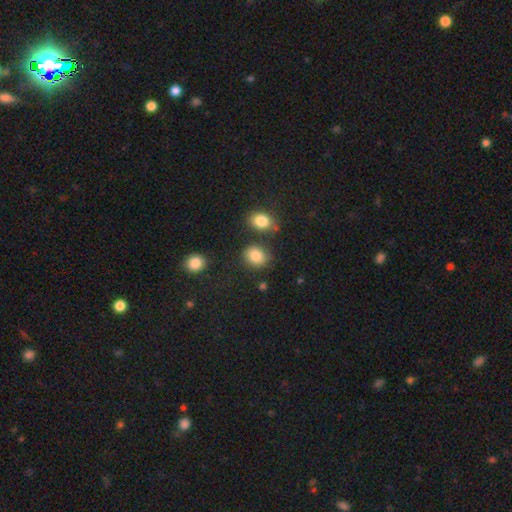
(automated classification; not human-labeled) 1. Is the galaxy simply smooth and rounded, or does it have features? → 84% smooth, 10% star or artifact, 6% featured or disk.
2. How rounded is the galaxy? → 59% round, 40% in between, 1% cigar-shaped.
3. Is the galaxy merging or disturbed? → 76% none, 13% minor disturbance, 8% merger, 4% major disturbance.